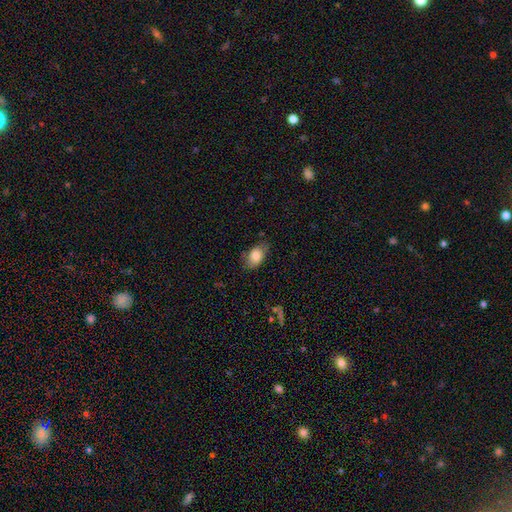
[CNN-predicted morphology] Overall: smooth (80%). How rounded: in between (87%). Merging: none (67%).